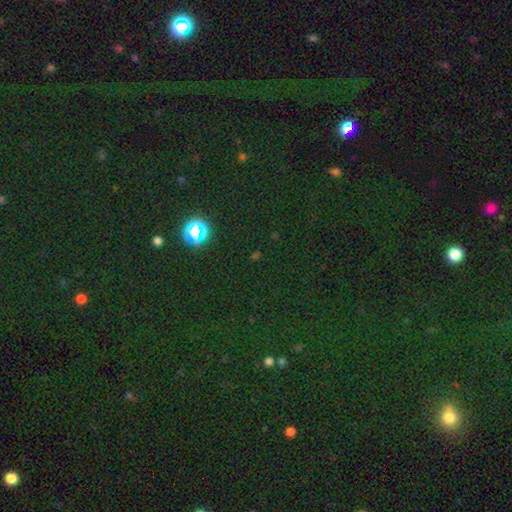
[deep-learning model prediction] Overall: star or artifact (67%).